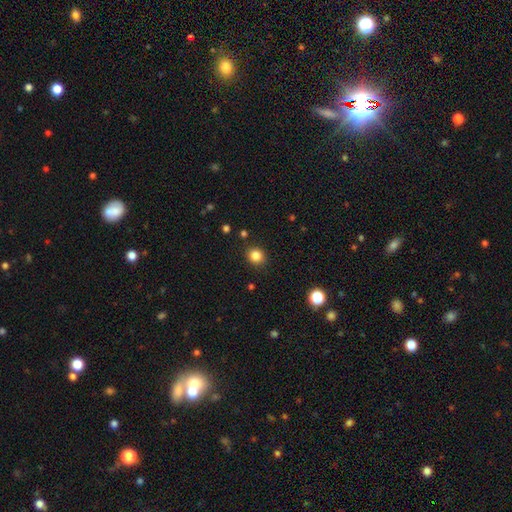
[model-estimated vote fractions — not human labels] A smooth galaxy with no disk features (84%) that is round (82%).

Vote fractions:
- Smooth or featured? smooth: 84% / star or artifact: 12% / featured or disk: 4%
- How rounded? round: 82% / in between: 17% / cigar-shaped: 1%
- Merging? none: 89% / minor disturbance: 7% / major disturbance: 2% / merger: 2%